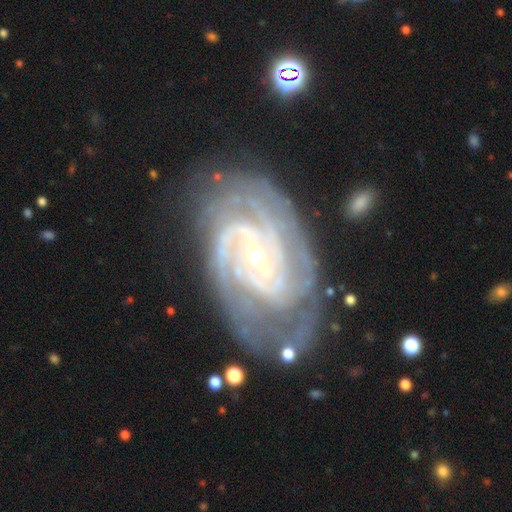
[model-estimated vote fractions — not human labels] This is clearly a featured or disk galaxy (92%). It is clearly not viewed edge-on (97%). Bar: marginally no (43%). Spiral arm pattern: clearly yes (98%). Spiral arm count: marginally 2 (26%). Spiral winding: likely tight (72%). Central bulge: likely small (75%). Merging: likely none (69%).